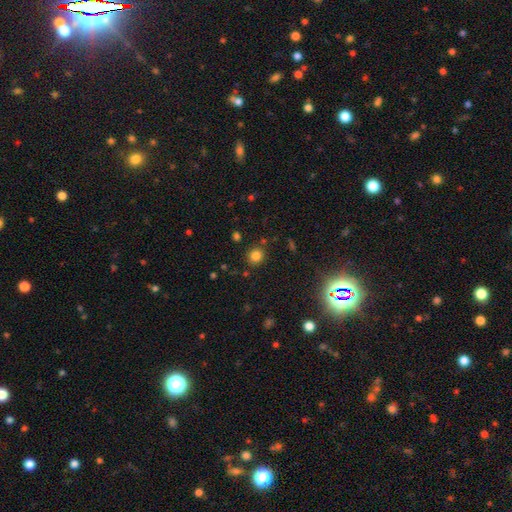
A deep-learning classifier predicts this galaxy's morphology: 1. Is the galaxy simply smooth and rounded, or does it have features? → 80% smooth, 14% star or artifact, 6% featured or disk.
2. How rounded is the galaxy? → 88% round, 11% in between, 1% cigar-shaped.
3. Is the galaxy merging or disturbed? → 85% none, 8% minor disturbance, 4% merger, 3% major disturbance.